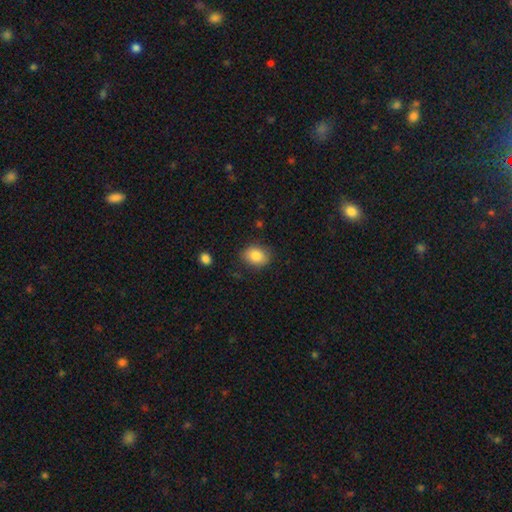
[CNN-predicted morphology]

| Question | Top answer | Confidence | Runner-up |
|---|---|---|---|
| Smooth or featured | smooth | 85% | star or artifact (8%) |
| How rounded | in between | 67% | round (32%) |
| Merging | none | 83% | minor disturbance (12%) |